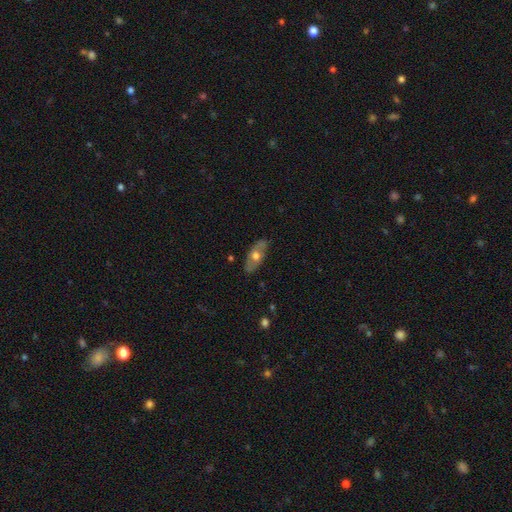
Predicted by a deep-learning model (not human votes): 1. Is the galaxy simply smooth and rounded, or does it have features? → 50% featured or disk, 44% smooth, 6% star or artifact.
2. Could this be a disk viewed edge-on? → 74% no, 26% yes.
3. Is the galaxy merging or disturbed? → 80% none, 16% minor disturbance, 3% major disturbance, 1% merger.